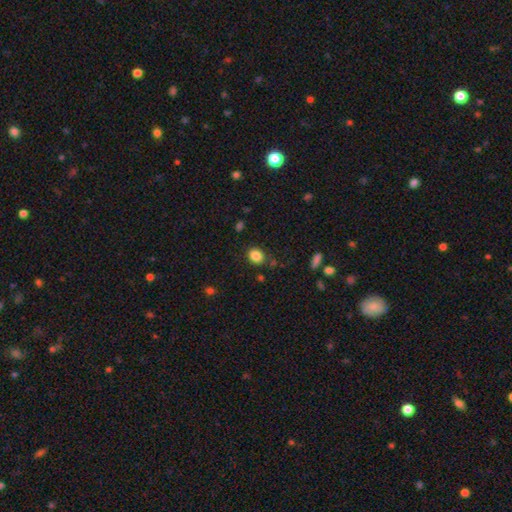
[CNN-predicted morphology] A smooth galaxy with no disk features (85%) that is round (60%). Merging: none (82%).